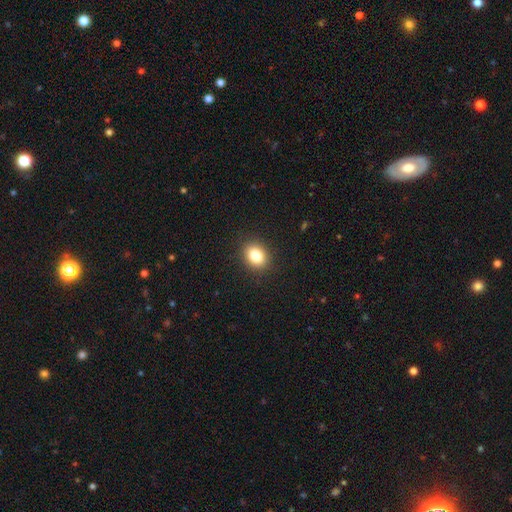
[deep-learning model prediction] smooth_or_featured: smooth (p=0.82) [alt: star or artifact p=0.11]
how_rounded: in between (p=0.51) [alt: round p=0.48]
merging: none (p=0.90) [alt: minor disturbance p=0.07]